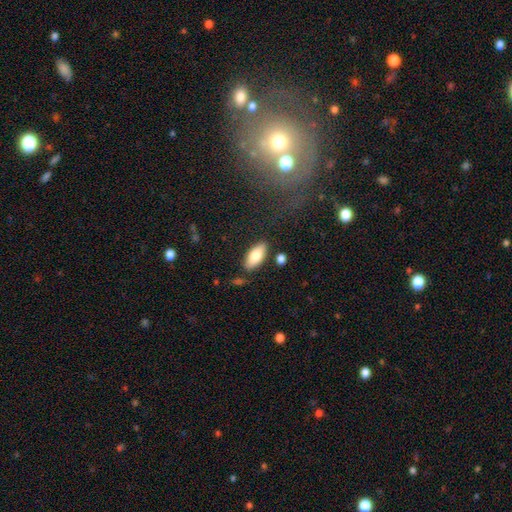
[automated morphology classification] Smooth or featured: smooth — 81% (featured or disk — 13%)
How rounded: in between — 88% (cigar-shaped — 10%)
Merging: none — 83% (minor disturbance — 11%)